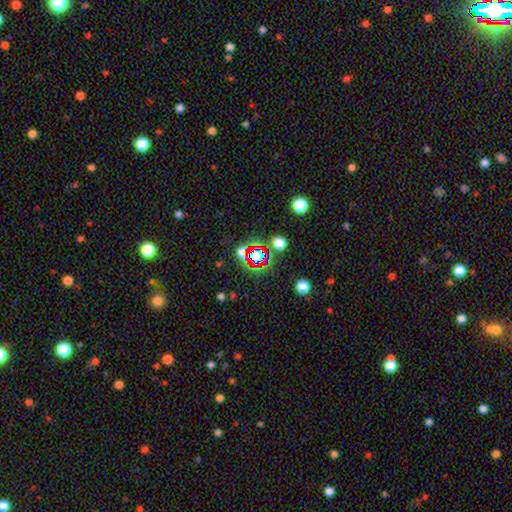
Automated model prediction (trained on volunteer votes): Smooth or featured?
  - star or artifact: 61% *
  - smooth: 27%
  - featured or disk: 12%